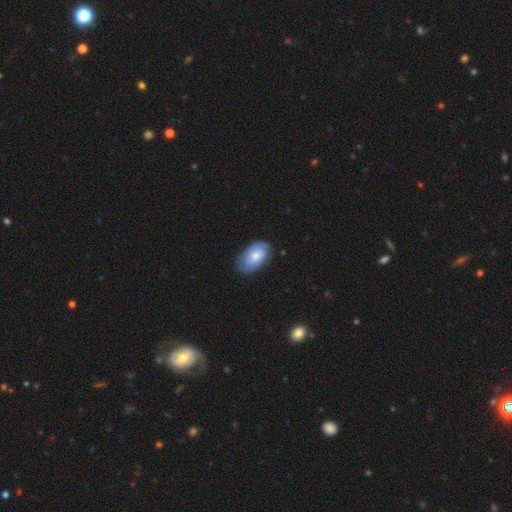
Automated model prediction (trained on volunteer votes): smooth 57%, featured or disk 37%, star or artifact 6%. Down the decision tree: how rounded — in between (93%); merging — none (70%).